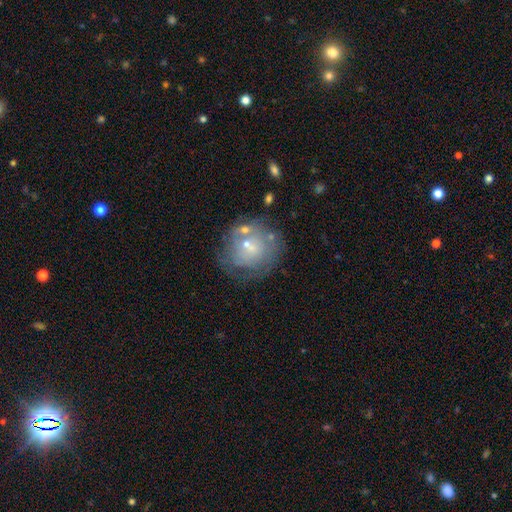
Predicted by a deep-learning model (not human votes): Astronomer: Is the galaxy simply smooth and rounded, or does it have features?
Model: featured or disk — 50% (runner-up: smooth, 38%).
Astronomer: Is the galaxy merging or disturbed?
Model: none — 62%.